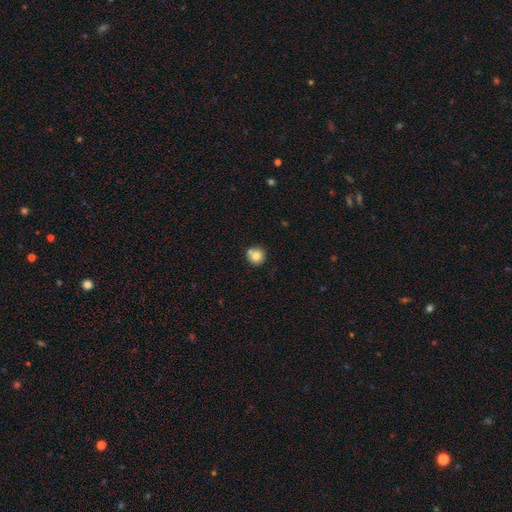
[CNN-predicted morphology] smooth_or_featured: smooth (p=0.79) [alt: featured or disk p=0.12]
how_rounded: round (p=0.91) [alt: in between p=0.08]
merging: none (p=0.64) [alt: merger p=0.22]